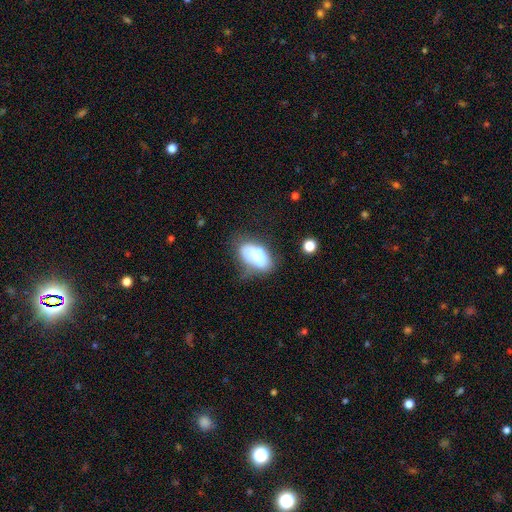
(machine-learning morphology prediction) A smooth galaxy with no disk features (62%) that is in between round and cigar-shaped (92%).

Vote fractions:
- Smooth or featured? smooth: 62% / featured or disk: 29% / star or artifact: 9%
- How rounded? in between: 92% / round: 6% / cigar-shaped: 2%
- Merging? none: 45% / minor disturbance: 30% / major disturbance: 15% / merger: 10%